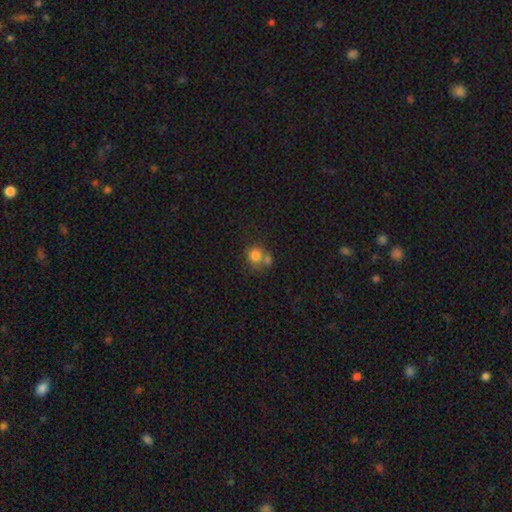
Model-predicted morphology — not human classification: The model was most divided on "merging": none: 46%, merger: 40%, minor disturbance: 10%, major disturbance: 4%. More confident: how rounded — round (83%); smooth or featured — smooth (78%).